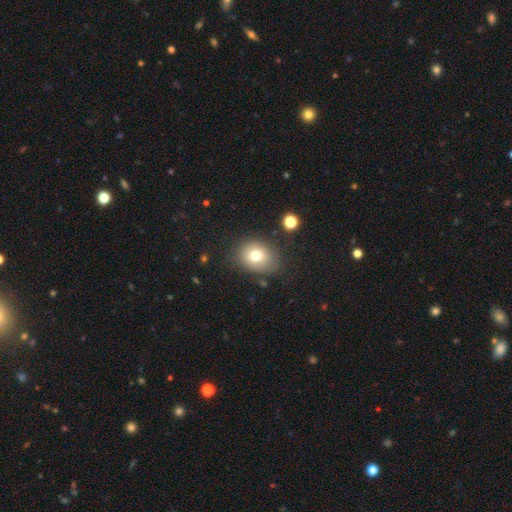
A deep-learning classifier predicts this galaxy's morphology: Smooth or featured: smooth — 74% (featured or disk — 14%)
How rounded: in between — 50% (round — 49%)
Merging: none — 78% (minor disturbance — 15%)